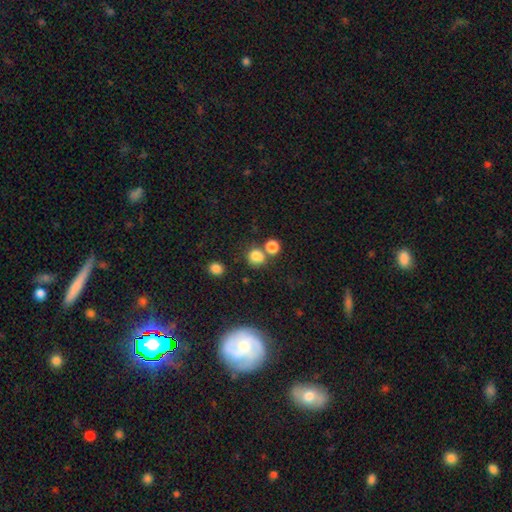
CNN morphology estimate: type=smooth (80%); roundness=round (74%); merging=none (57%).